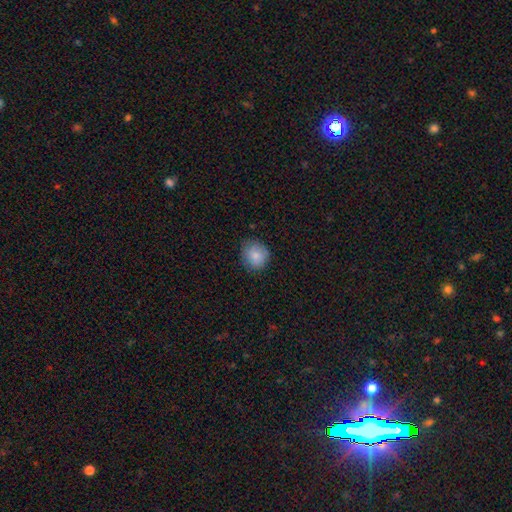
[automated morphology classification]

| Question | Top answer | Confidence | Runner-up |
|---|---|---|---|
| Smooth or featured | smooth | 85% | star or artifact (8%) |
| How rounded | round | 82% | in between (17%) |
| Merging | none | 80% | minor disturbance (16%) |